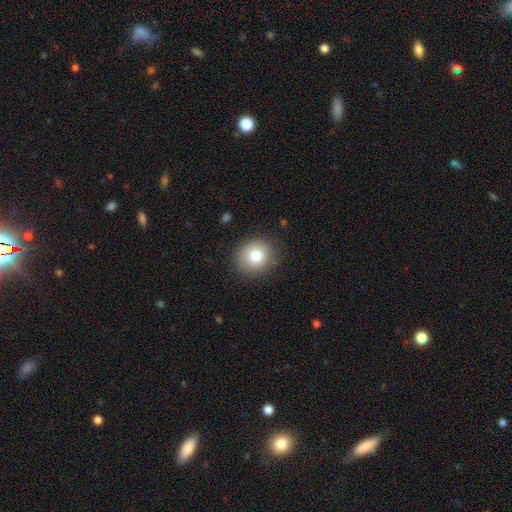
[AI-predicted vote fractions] Q: Smooth or featured?
A: smooth (77%); runner-up: featured or disk (12%)
Q: How rounded?
A: round (82%); runner-up: in between (17%)
Q: Merging?
A: none (86%); runner-up: minor disturbance (10%)